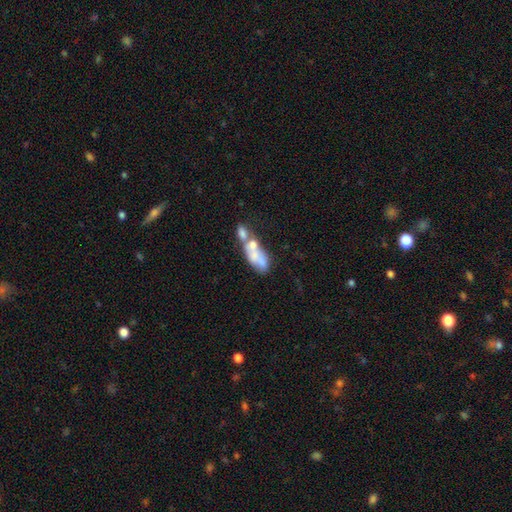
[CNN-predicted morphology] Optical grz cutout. It shows a smooth galaxy with no disk features (50%) that is in between round and cigar-shaped (81%). Merging: merger (60%).